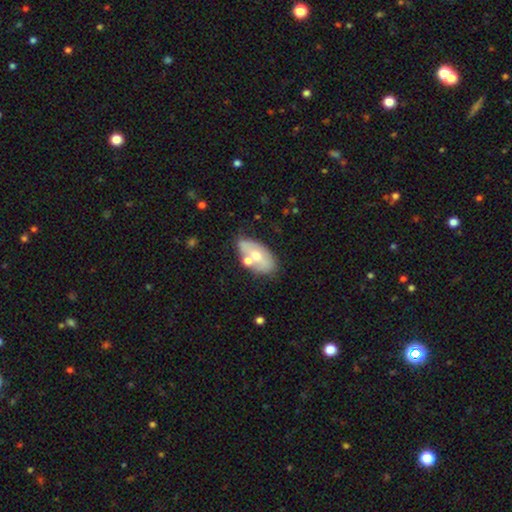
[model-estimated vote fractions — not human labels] smooth_or_featured: smooth (p=0.53) [alt: featured or disk p=0.40]
how_rounded: in between (p=0.91) [alt: round p=0.07]
merging: none (p=0.55) [alt: merger p=0.21]